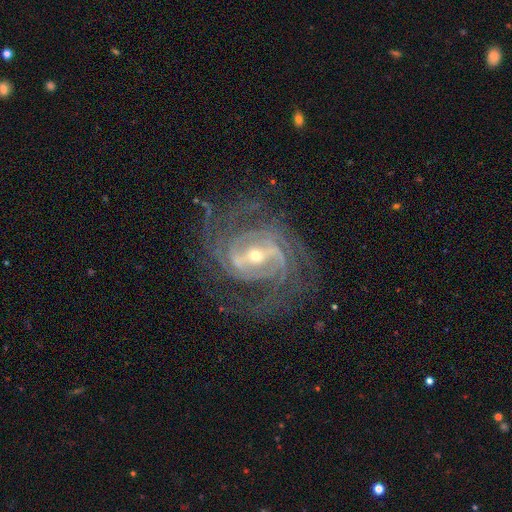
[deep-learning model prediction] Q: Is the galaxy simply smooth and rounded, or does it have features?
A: featured or disk — 91%.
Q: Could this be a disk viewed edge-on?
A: no — 97%.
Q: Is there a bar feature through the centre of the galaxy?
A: strong — 54%.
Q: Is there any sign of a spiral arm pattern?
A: yes — 98%.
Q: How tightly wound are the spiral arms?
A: tight — 52%.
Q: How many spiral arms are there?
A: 2 — 31%.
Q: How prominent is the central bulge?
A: small — 54%.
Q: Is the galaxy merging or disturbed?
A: none — 73%.